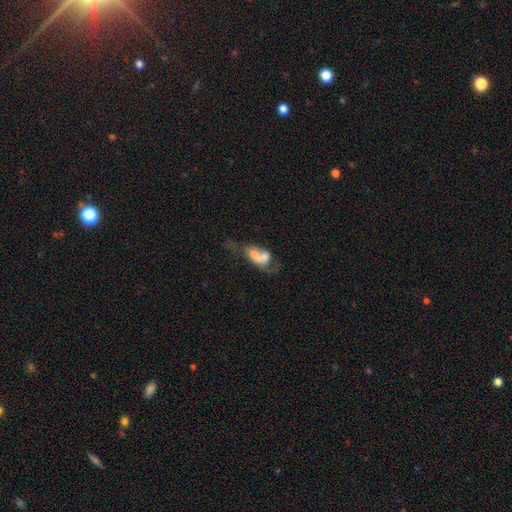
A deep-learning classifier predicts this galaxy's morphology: Smooth or featured? Predicted: smooth (p=0.57). How rounded? Predicted: in between (p=0.82). Merging? Predicted: merger (p=0.48).